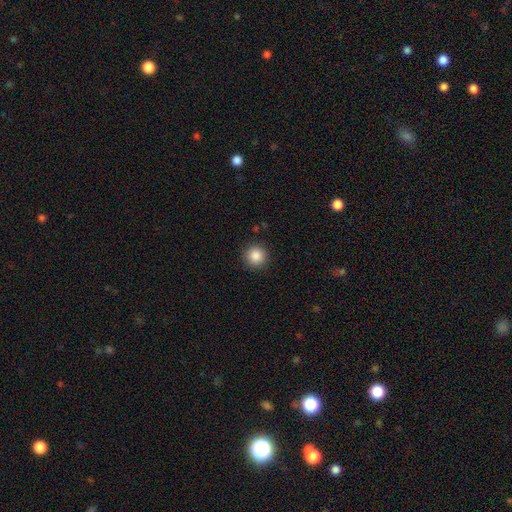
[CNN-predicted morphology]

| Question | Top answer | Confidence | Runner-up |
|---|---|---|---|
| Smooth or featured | smooth | 86% | star or artifact (10%) |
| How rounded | round | 95% | in between (4%) |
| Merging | none | 91% | minor disturbance (6%) |